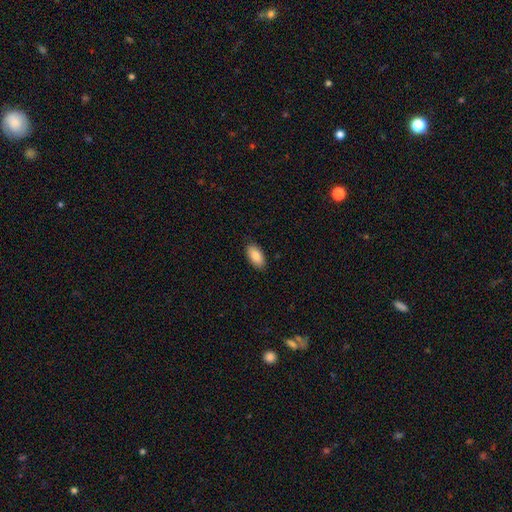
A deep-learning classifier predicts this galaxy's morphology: A smooth galaxy with no disk features (87%) that is in between round and cigar-shaped (93%). Merging: none (88%).